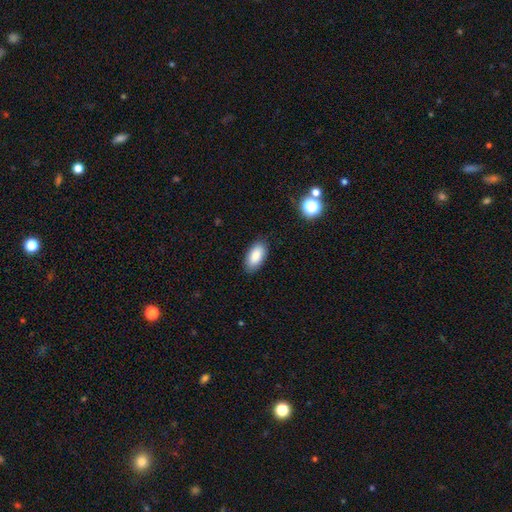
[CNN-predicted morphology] A smooth galaxy with no disk features (88%) that is in between round and cigar-shaped (93%).

Vote fractions:
- Smooth or featured? smooth: 88% / star or artifact: 7% / featured or disk: 5%
- How rounded? in between: 93% / cigar-shaped: 4% / round: 2%
- Merging? none: 86% / minor disturbance: 11% / major disturbance: 2% / merger: 1%